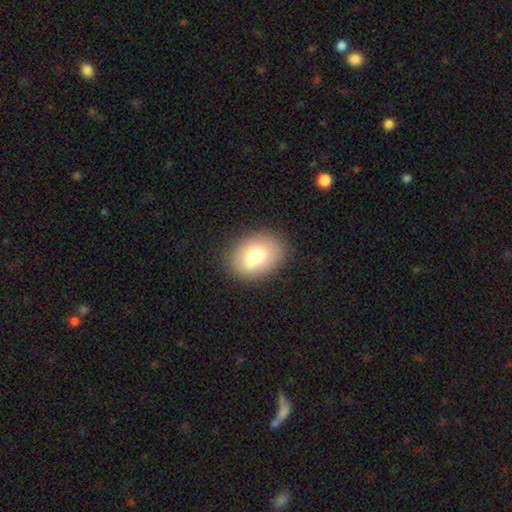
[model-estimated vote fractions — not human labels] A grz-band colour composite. It shows a smooth galaxy with no disk features (73%) that is in between round and cigar-shaped (70%). Merging: none (80%).